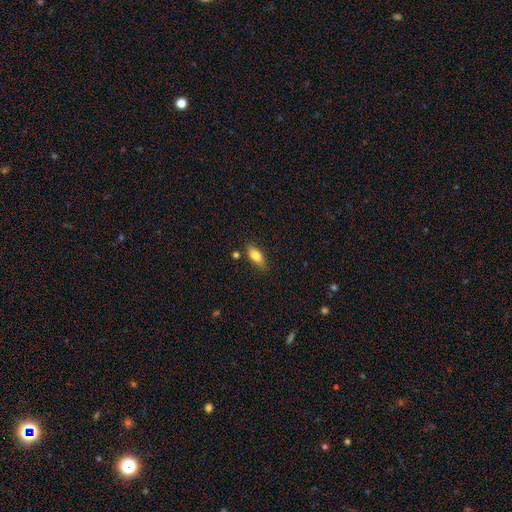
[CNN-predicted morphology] Smooth or featured?
  - smooth: 77% *
  - featured or disk: 16%
  - star or artifact: 7%
How rounded?
  - in between: 78% *
  - cigar-shaped: 19%
  - round: 3%
Merging?
  - none: 78% *
  - minor disturbance: 15%
  - merger: 4%
  - major disturbance: 3%